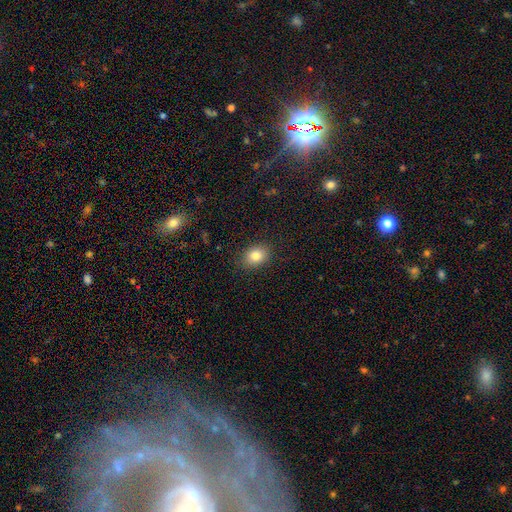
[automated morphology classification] Smooth or featured: smooth — 83% (star or artifact — 10%)
How rounded: in between — 64% (round — 35%)
Merging: none — 87% (minor disturbance — 10%)